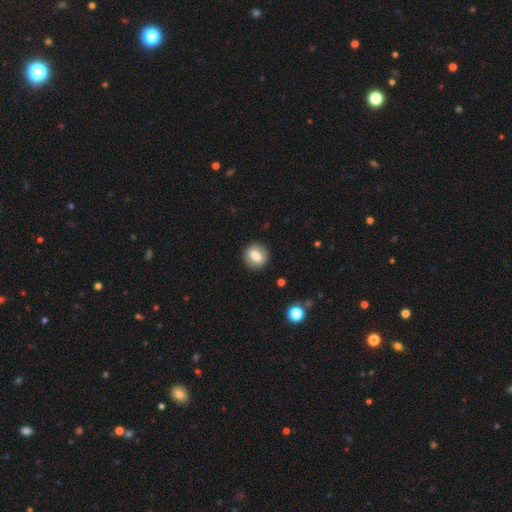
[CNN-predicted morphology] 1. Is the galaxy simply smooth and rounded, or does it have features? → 71% smooth, 20% featured or disk, 8% star or artifact.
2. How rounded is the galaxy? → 72% round, 27% in between, 2% cigar-shaped.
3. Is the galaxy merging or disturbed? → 88% none, 8% minor disturbance, 3% major disturbance, 1% merger.